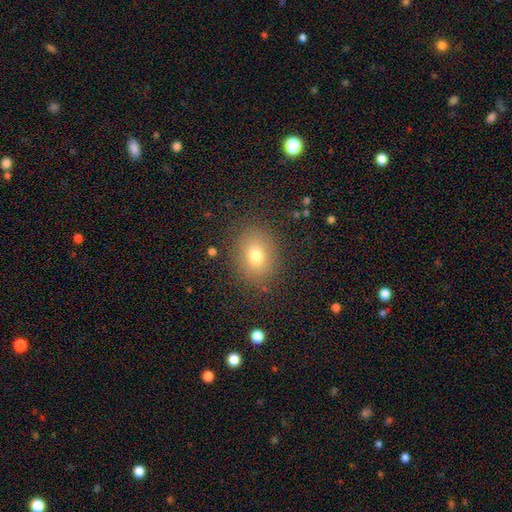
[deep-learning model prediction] Overall: smooth (74%). How rounded: in between (51%; round 48%). Merging: none (86%).